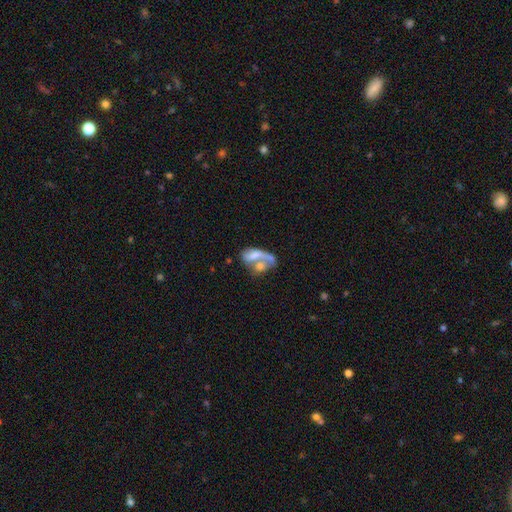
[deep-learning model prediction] A smooth galaxy with no disk features (48%). Merging: merger (58%).